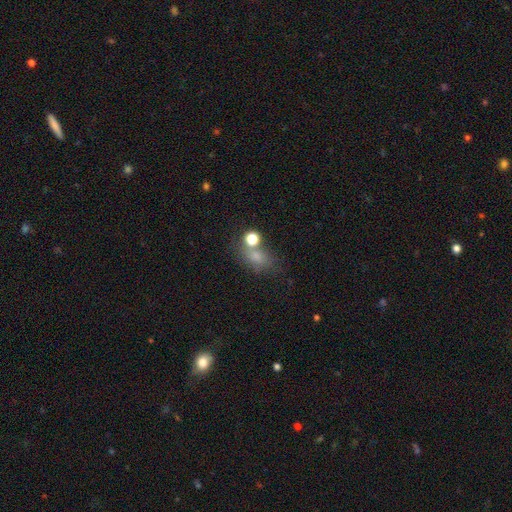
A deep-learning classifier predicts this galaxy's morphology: Smooth or featured? smooth (61%)
How rounded? in between (55%)
Merging? none (55%)